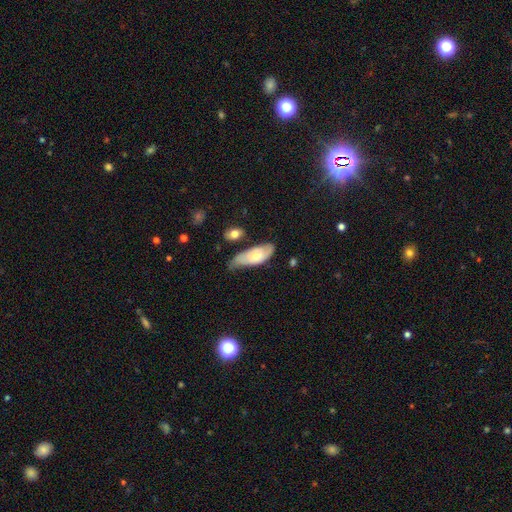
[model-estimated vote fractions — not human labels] Smooth or featured: smooth — 60% (featured or disk — 34%)
How rounded: in between — 82% (cigar-shaped — 16%)
Merging: minor disturbance — 41% (none — 39%)